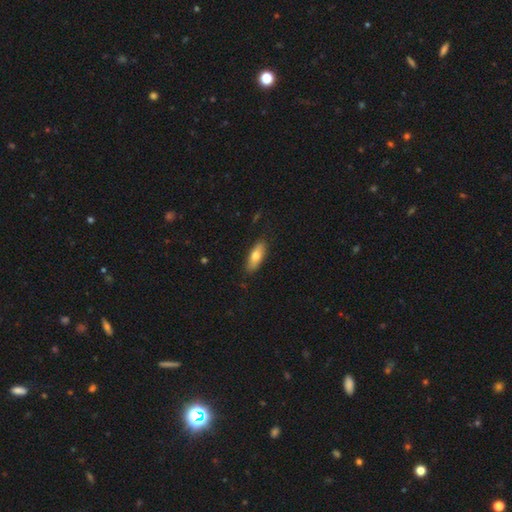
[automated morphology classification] Q: Smooth or featured?
A: smooth (73%); runner-up: featured or disk (21%)
Q: How rounded?
A: in between (67%); runner-up: cigar-shaped (31%)
Q: Merging?
A: none (86%); runner-up: minor disturbance (11%)